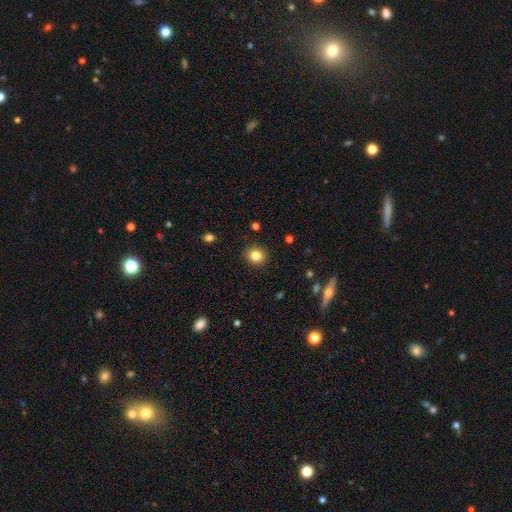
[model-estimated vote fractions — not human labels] Smooth or featured?
  - smooth: 83% *
  - star or artifact: 11%
  - featured or disk: 6%
How rounded?
  - round: 90% *
  - in between: 9%
  - cigar-shaped: 1%
Merging?
  - none: 91% *
  - minor disturbance: 6%
  - major disturbance: 2%
  - merger: 1%